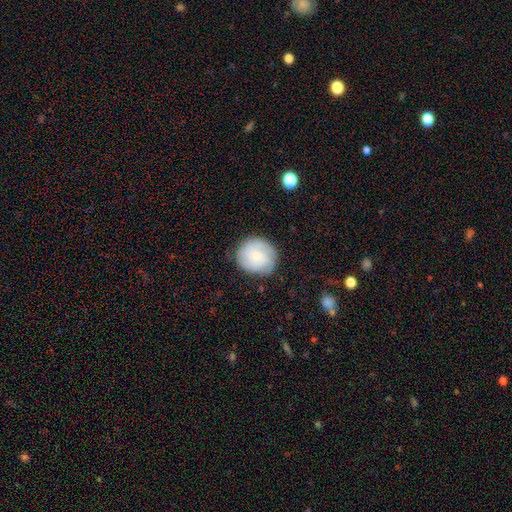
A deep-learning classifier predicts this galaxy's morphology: This appears to be a smooth galaxy with no disk features (48%). Merging: none (81%).